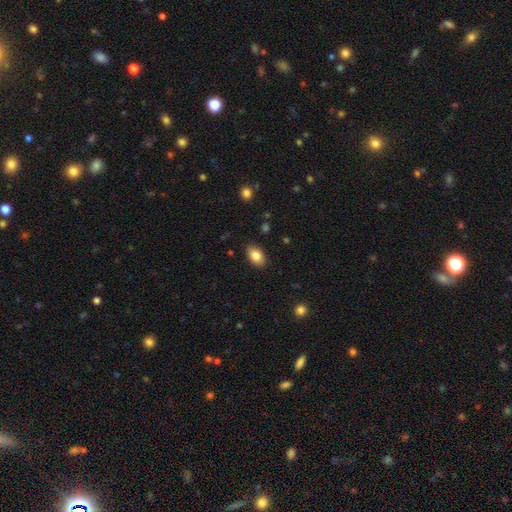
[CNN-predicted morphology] type=smooth (83%); roundness=in between (88%); merging=none (88%).